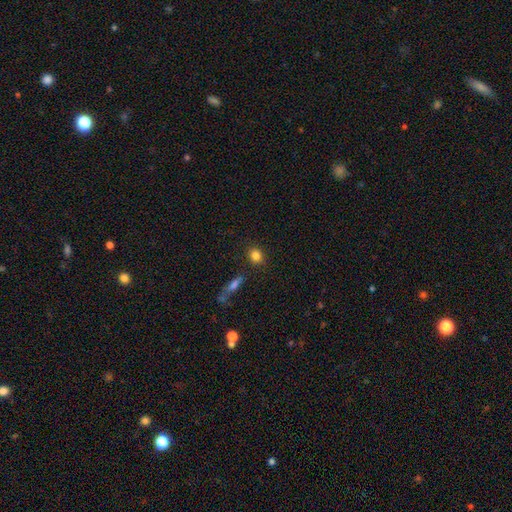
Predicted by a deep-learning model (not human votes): A smooth galaxy with no disk features (83%) that is round (67%).

Vote fractions:
- Smooth or featured? smooth: 83% / star or artifact: 10% / featured or disk: 6%
- How rounded? round: 67% / in between: 31% / cigar-shaped: 2%
- Merging? none: 85% / minor disturbance: 9% / merger: 4% / major disturbance: 3%